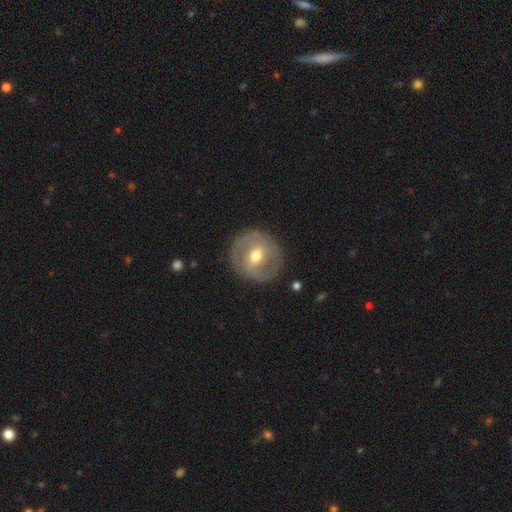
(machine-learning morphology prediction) This is likely a featured or disk galaxy (69%). It is clearly not viewed edge-on (95%). Bar: possibly weak (46%). Spiral arm pattern: possibly yes (58%). Central bulge: likely moderate (75%). Merging: clearly none (84%).